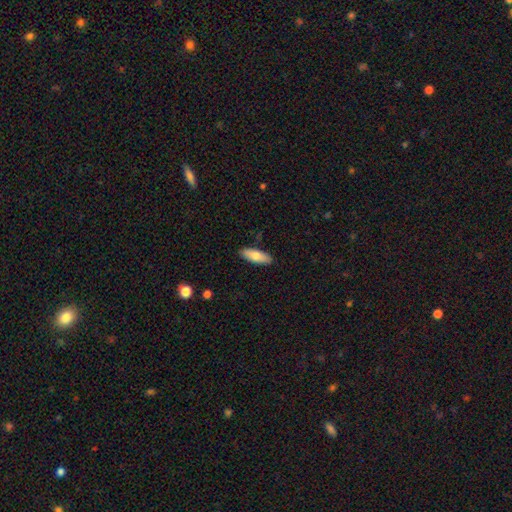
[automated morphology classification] smooth 75%, featured or disk 19%, star or artifact 6%. Down the decision tree: how rounded — in between (67%); merging — none (89%).